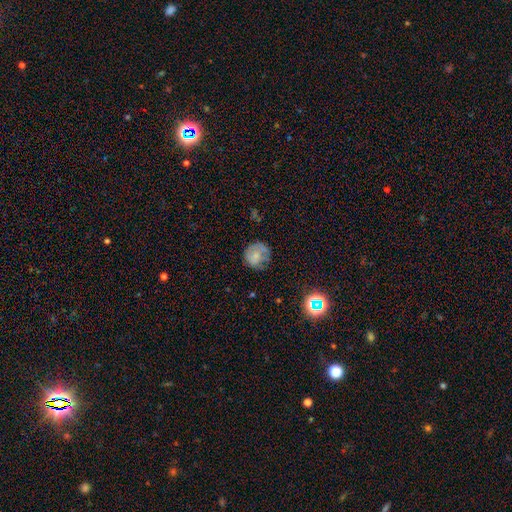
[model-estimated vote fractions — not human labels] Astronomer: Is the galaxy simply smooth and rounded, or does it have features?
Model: smooth — 69%.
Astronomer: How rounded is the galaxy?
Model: round — 85%.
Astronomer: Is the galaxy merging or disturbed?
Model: none — 61%.